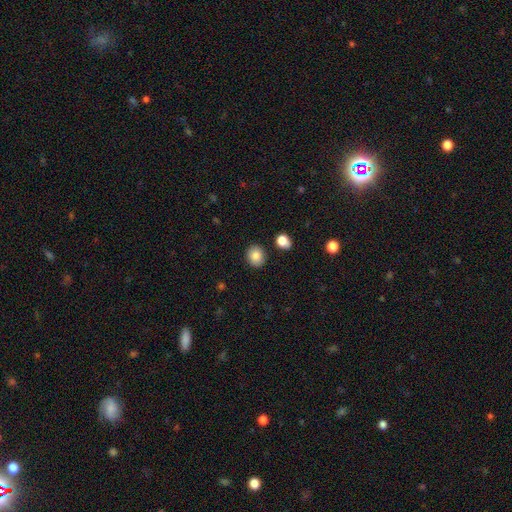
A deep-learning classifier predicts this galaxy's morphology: Q: Smooth or featured?
A: smooth (86%); runner-up: star or artifact (9%)
Q: How rounded?
A: round (62%); runner-up: in between (37%)
Q: Merging?
A: none (87%); runner-up: minor disturbance (8%)